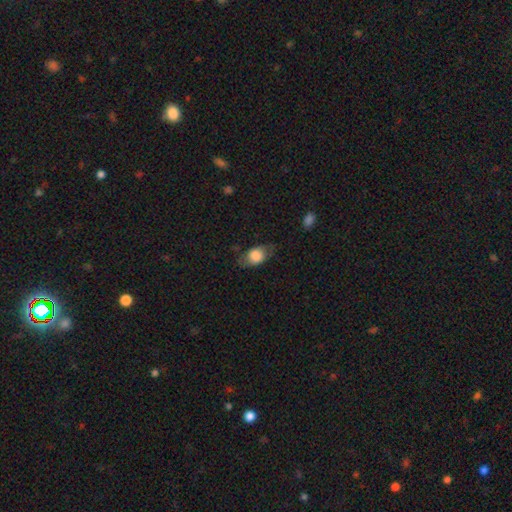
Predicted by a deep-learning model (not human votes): A smooth galaxy with no disk features (73%) that is in between round and cigar-shaped (78%).

Vote fractions:
- Smooth or featured? smooth: 73% / featured or disk: 20% / star or artifact: 7%
- How rounded? in between: 78% / round: 18% / cigar-shaped: 3%
- Merging? none: 66% / minor disturbance: 23% / major disturbance: 10% / merger: 1%